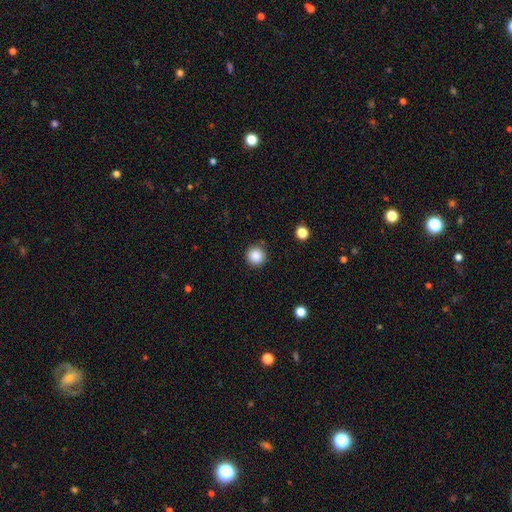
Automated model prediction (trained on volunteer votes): smooth-or-featured: smooth: 87% | star or artifact: 10% | featured or disk: 3%
  how-rounded: round: 96% | in between: 3% | cigar-shaped: 1%
  merging: none: 89% | minor disturbance: 7% | major disturbance: 2% | merger: 2%